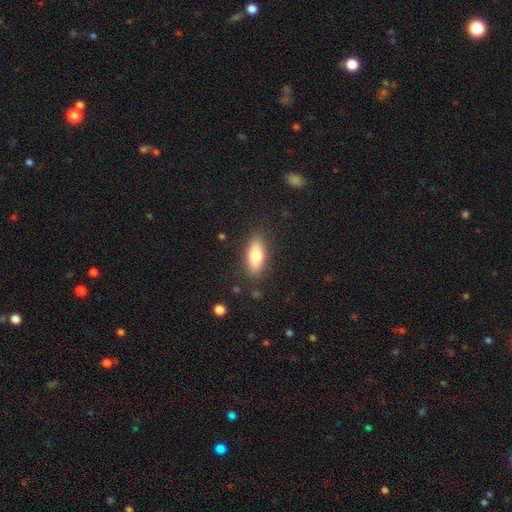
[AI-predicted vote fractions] Smooth or featured? Predicted: smooth (p=0.73). How rounded? Predicted: in between (p=0.77). Merging? Predicted: none (p=0.85).